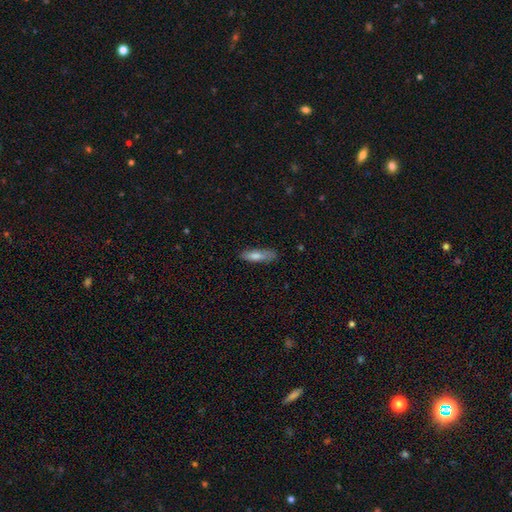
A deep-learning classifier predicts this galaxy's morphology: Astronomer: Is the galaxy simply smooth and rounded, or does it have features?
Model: smooth — 74%.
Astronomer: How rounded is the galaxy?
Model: cigar-shaped — 67%.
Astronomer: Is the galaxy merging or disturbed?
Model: none — 77%.